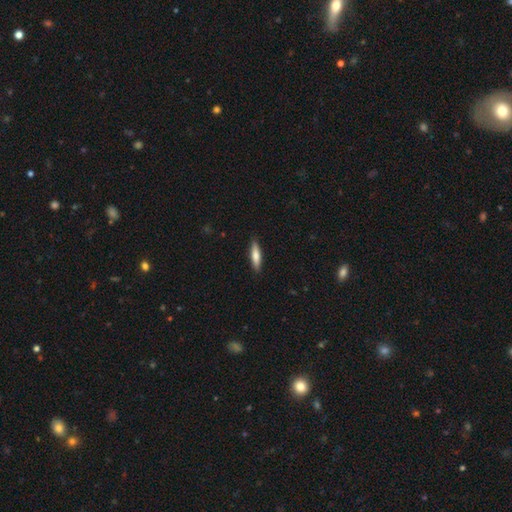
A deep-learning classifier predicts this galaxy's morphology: Smooth or featured? Predicted: smooth (p=0.71). How rounded? Predicted: cigar-shaped (p=0.76). Merging? Predicted: none (p=0.89).